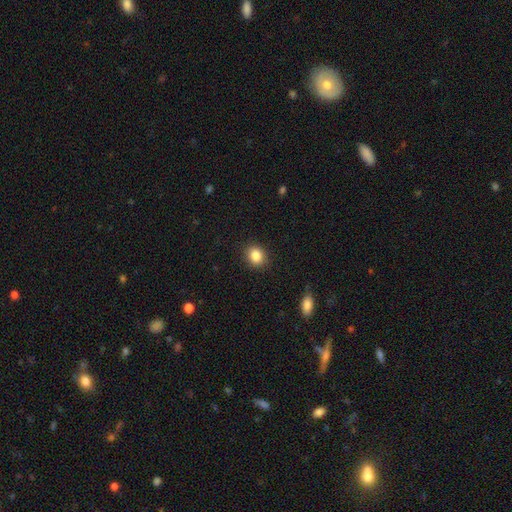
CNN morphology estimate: Smooth or featured: smooth — 86% (star or artifact — 9%)
How rounded: round — 64% (in between — 35%)
Merging: none — 90% (minor disturbance — 7%)